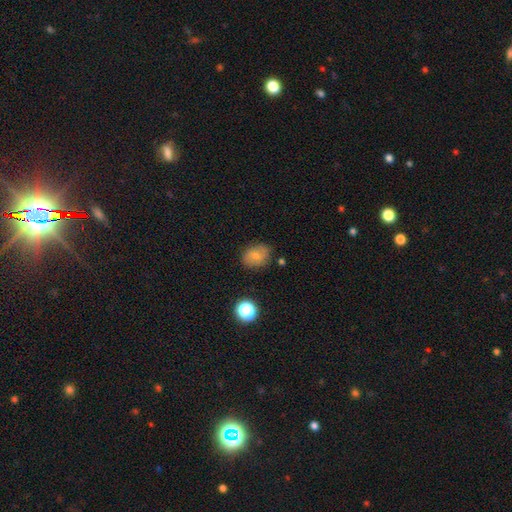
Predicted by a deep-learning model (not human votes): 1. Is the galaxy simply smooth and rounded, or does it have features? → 68% smooth, 21% featured or disk, 11% star or artifact.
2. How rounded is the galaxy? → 58% in between, 41% round, 1% cigar-shaped.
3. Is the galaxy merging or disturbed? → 77% none, 17% minor disturbance, 4% major disturbance, 2% merger.